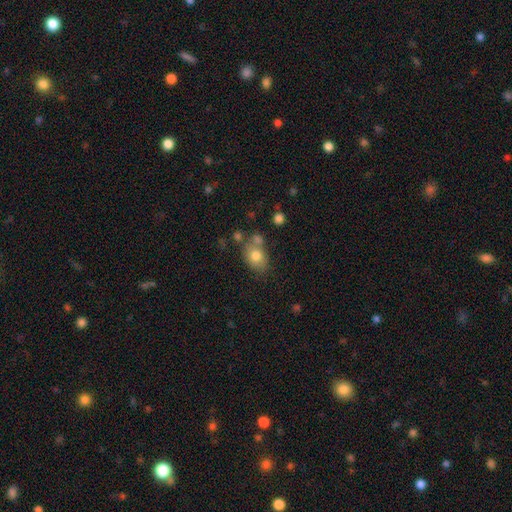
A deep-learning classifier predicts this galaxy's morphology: Smooth or featured? smooth (76%)
How rounded? in between (69%)
Merging? none (58%)